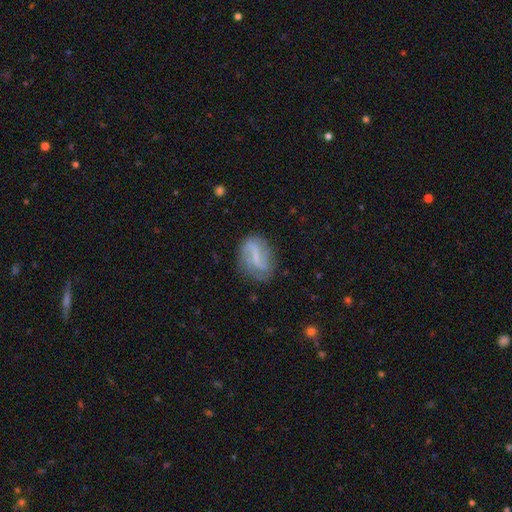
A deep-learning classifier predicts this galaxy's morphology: Smooth or featured?
  - featured or disk: 68% *
  - smooth: 24%
  - star or artifact: 8%
Edge-on disk?
  - no: 96% *
  - yes: 4%
Bar?
  - strong: 43% *
  - weak: 41%
  - no: 16%
Spiral arms?
  - yes: 81% *
  - no: 19%
Spiral winding?
  - loose: 48% *
  - medium: 33%
  - tight: 19%
Spiral arm count?
  - 2: 68% *
  - can't tell: 16%
  - 1: 9%
  - 3: 4%
  - 4: 2%
  - more than 4: 2%
Bulge size?
  - none: 45% *
  - small: 37%
  - moderate: 14%
  - large: 2%
  - dominant: 1%
Merging?
  - none: 67% *
  - minor disturbance: 21%
  - major disturbance: 10%
  - merger: 2%